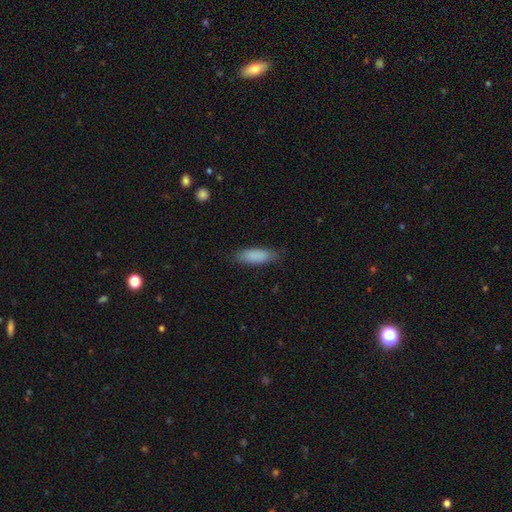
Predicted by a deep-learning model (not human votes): smooth_or_featured: smooth (p=0.87) [alt: featured or disk p=0.07]
how_rounded: in between (p=0.59) [alt: cigar-shaped p=0.39]
merging: none (p=0.82) [alt: minor disturbance p=0.14]